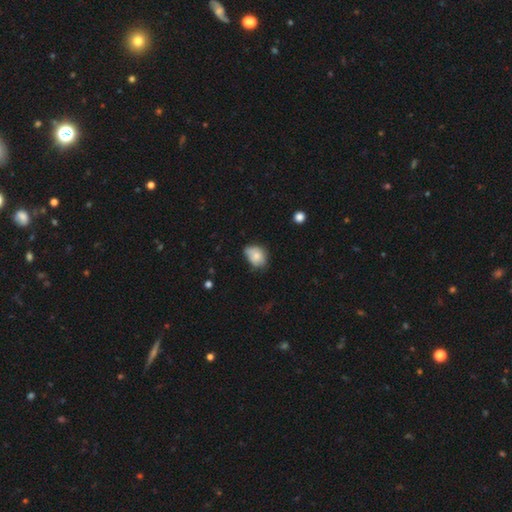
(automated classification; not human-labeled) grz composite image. It shows a smooth galaxy with no disk features (74%) that is in between round and cigar-shaped (66%). Merging: none (43%, tied with minor disturbance).